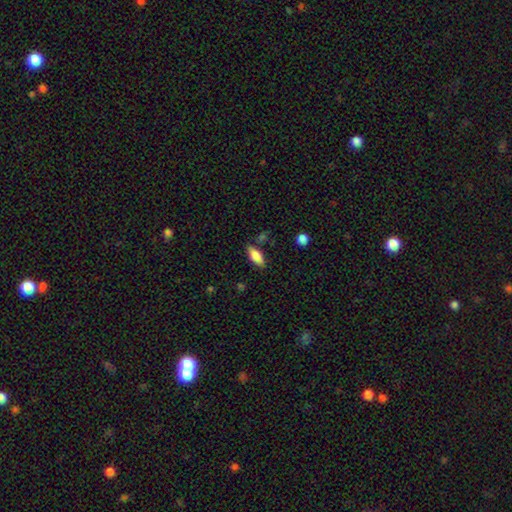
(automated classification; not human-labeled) This is likely a smooth galaxy (80%). How rounded: likely in between (79%). Merging: likely none (78%).